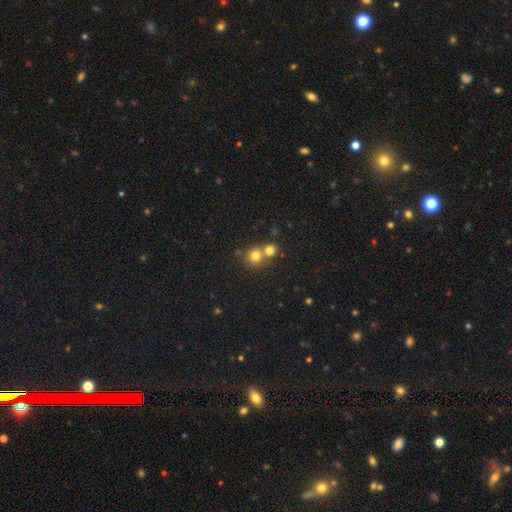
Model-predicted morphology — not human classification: A smooth galaxy with no disk features (76%) that is round (88%). Merging: none (48%).